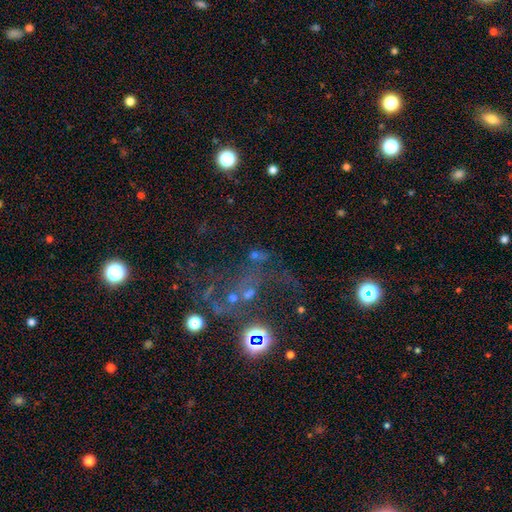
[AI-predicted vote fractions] Smooth or featured: star or artifact — 49% (smooth — 27%)